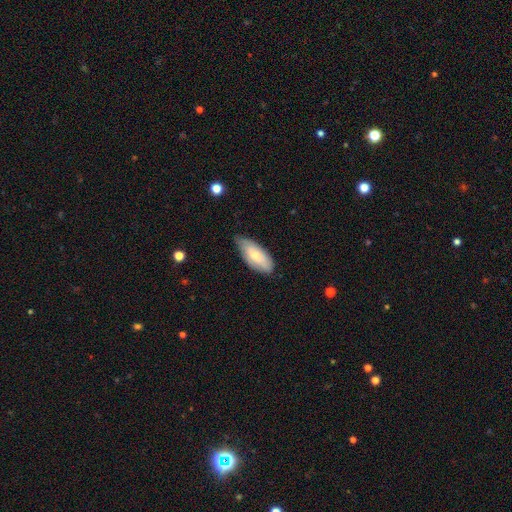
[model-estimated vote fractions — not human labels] Smooth or featured? smooth (66%)
How rounded? in between (86%)
Merging? none (61%)